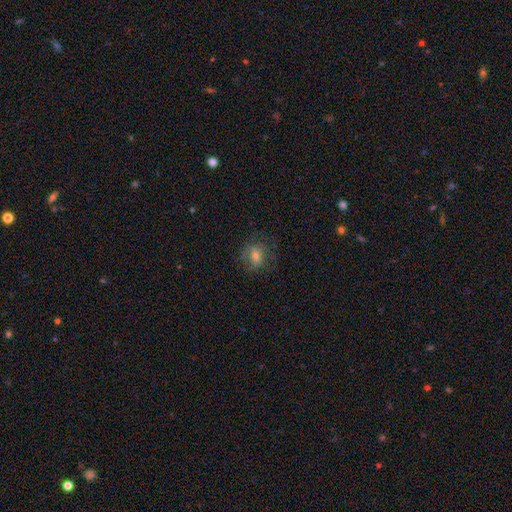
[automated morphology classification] smooth_or_featured: smooth (p=0.53) [alt: featured or disk p=0.32]
how_rounded: round (p=0.63) [alt: in between p=0.35]
merging: none (p=0.70) [alt: minor disturbance p=0.17]